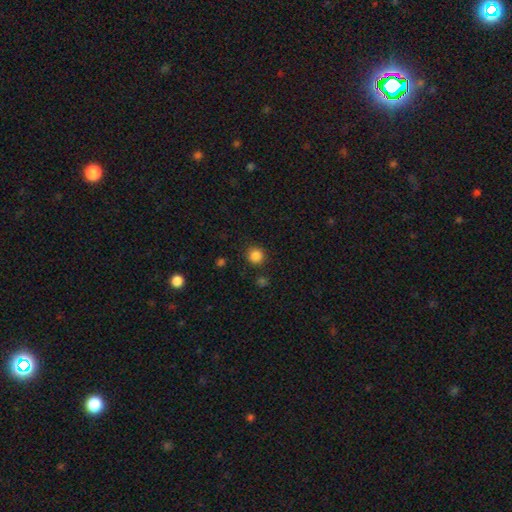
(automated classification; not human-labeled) This appears to be a smooth galaxy with no disk features (85%) that is round (93%). Merging: none (89%).